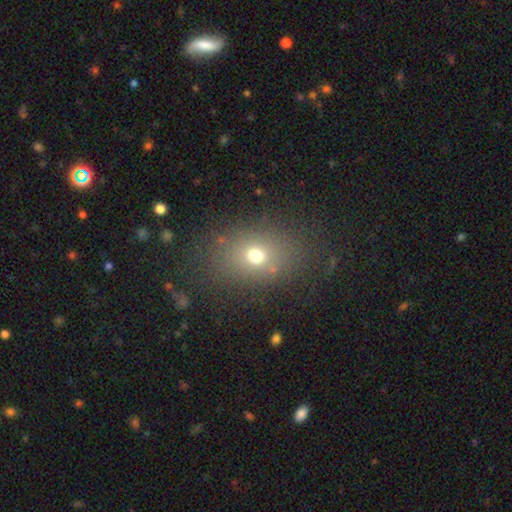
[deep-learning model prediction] A smooth galaxy with no disk features (68%) that is in between round and cigar-shaped (56%). Merging: none (79%).